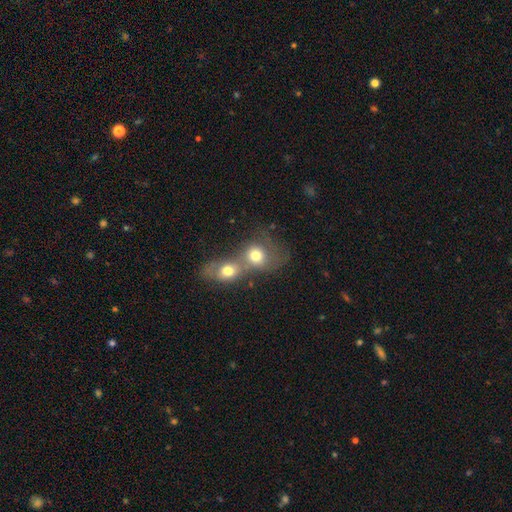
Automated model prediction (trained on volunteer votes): Morphology: type=smooth (70%); roundness=round (62%); merging=merger (75%).